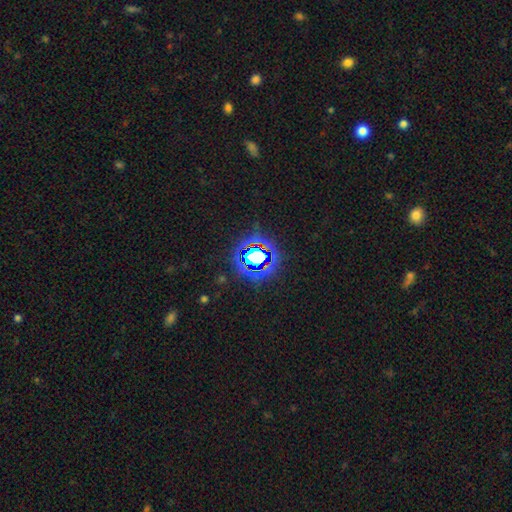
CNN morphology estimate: Overall: star or artifact (70%).